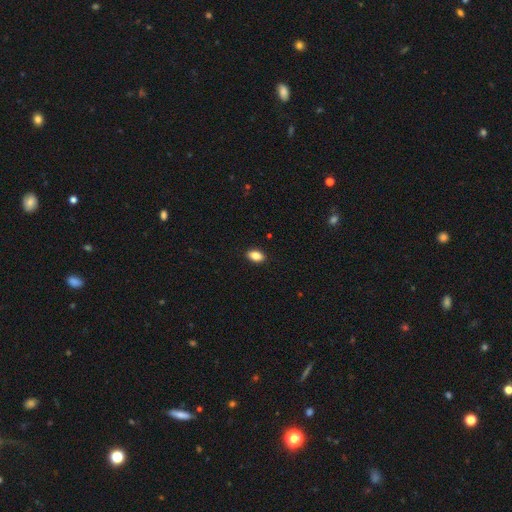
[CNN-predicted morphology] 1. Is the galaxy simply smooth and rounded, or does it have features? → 87% smooth, 8% star or artifact, 5% featured or disk.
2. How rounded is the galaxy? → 89% in between, 9% round, 2% cigar-shaped.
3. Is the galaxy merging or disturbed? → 90% none, 8% minor disturbance, 2% major disturbance, 1% merger.